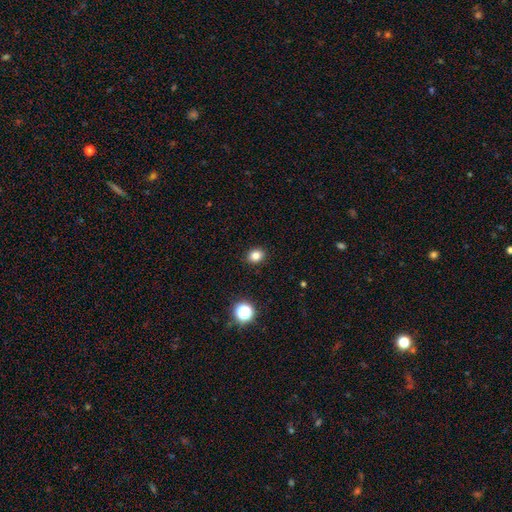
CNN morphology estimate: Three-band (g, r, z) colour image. It shows a smooth galaxy with no disk features (81%) that is round (59%). Merging: none (91%).